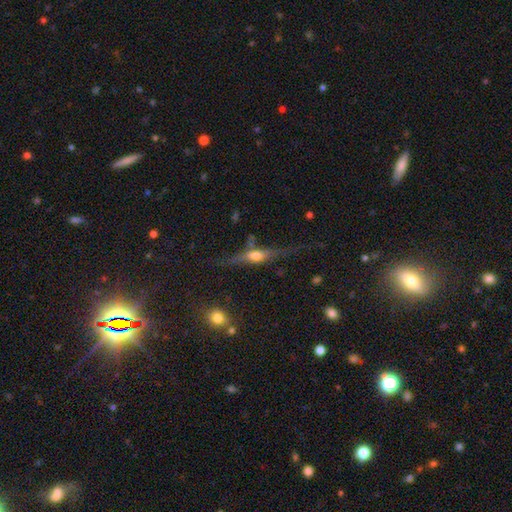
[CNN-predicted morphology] The model was most divided on "smooth or featured": featured or disk: 71%, smooth: 21%, star or artifact: 9%. More confident: edge-on disk — yes (92%); edge-on bulge — rounded (90%); merging — none (70%).